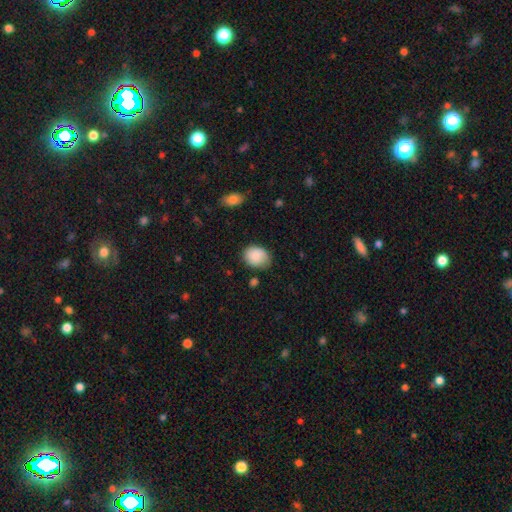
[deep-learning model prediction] Morphology: type=smooth (86%); roundness=round (50%); merging=none (69%).